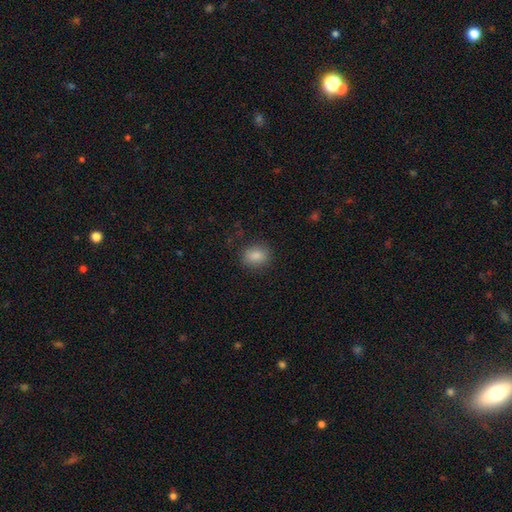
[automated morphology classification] The model was most divided on "how rounded": in between: 53%, round: 46%, cigar-shaped: 1%. More confident: smooth or featured — smooth (86%); merging — none (84%).